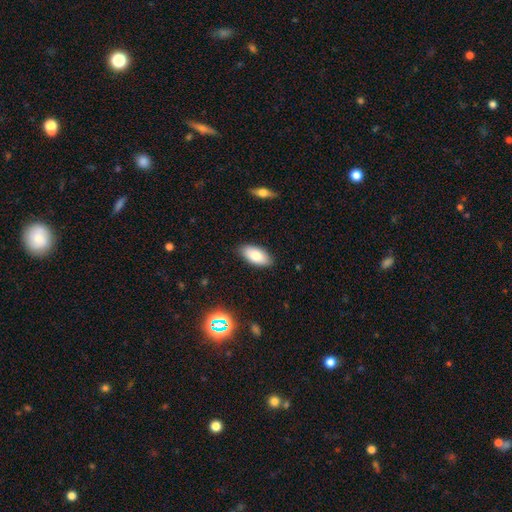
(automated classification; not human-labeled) This appears to be a smooth galaxy with no disk features (79%) that is in between round and cigar-shaped (92%). Merging: none (86%).